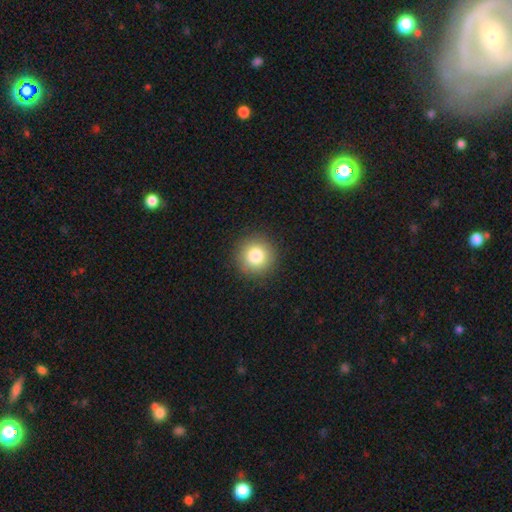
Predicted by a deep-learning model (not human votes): Morphology: type=smooth (82%); roundness=round (95%); merging=none (92%).